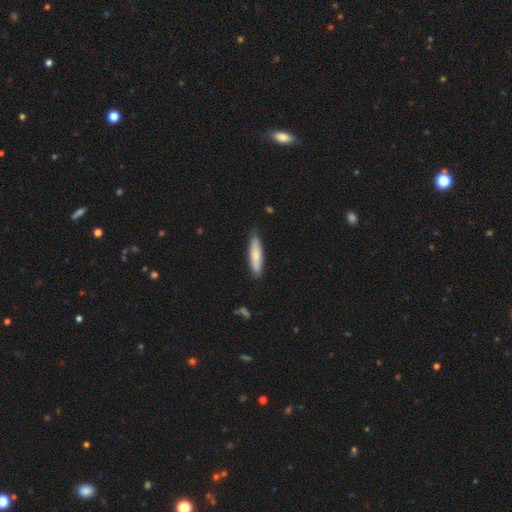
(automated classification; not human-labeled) Smooth or featured: smooth — 75% (featured or disk — 20%)
How rounded: cigar-shaped — 79% (in between — 19%)
Merging: none — 81% (minor disturbance — 15%)